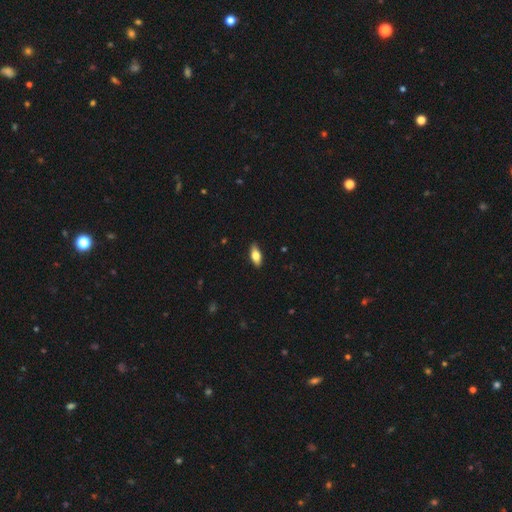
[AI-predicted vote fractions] This appears to be a smooth galaxy with no disk features (71%) that is in between round and cigar-shaped (83%). Merging: none (85%).